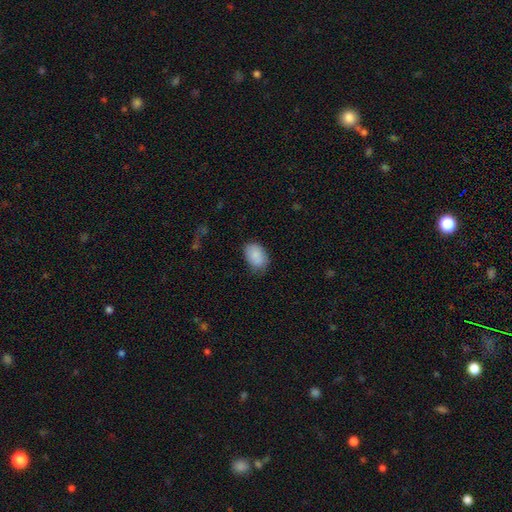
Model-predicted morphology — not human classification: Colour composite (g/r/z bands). It shows a smooth galaxy with no disk features (88%) that is in between round and cigar-shaped (85%). Merging: none (70%).